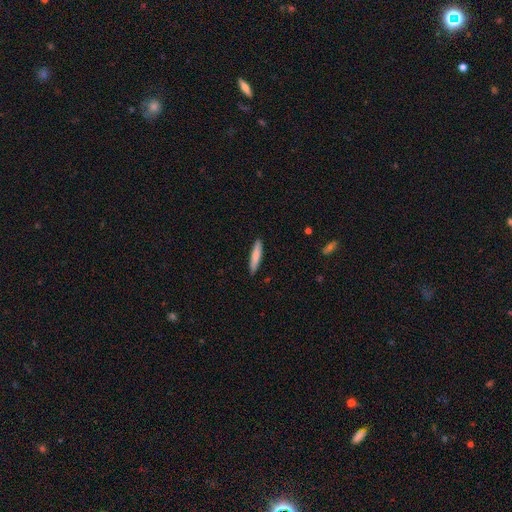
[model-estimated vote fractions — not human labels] A smooth galaxy with no disk features (79%) that is cigar-shaped (89%).

Vote fractions:
- Smooth or featured? smooth: 79% / featured or disk: 16% / star or artifact: 5%
- How rounded? cigar-shaped: 89% / in between: 10% / round: 1%
- Merging? none: 89% / minor disturbance: 8% / major disturbance: 1% / merger: 1%